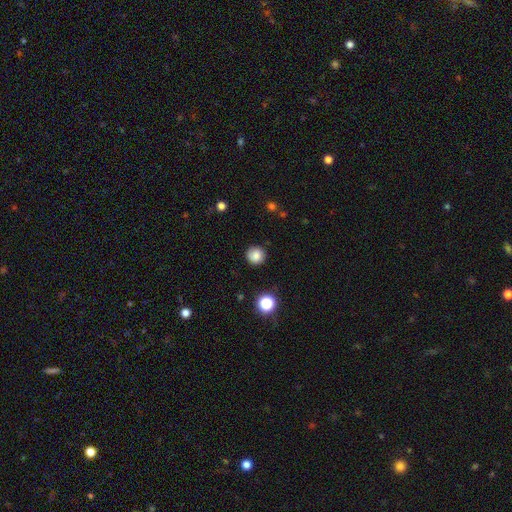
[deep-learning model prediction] Overall: smooth (82%). How rounded: round (93%). Merging: none (86%).